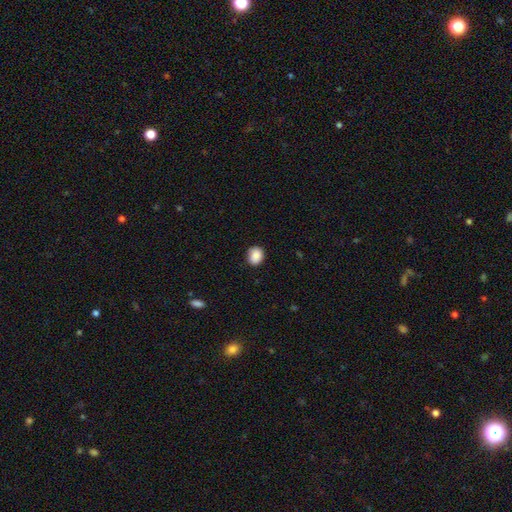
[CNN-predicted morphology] Overall: smooth (89%). How rounded: round (54%; in between 45%). Merging: none (86%).